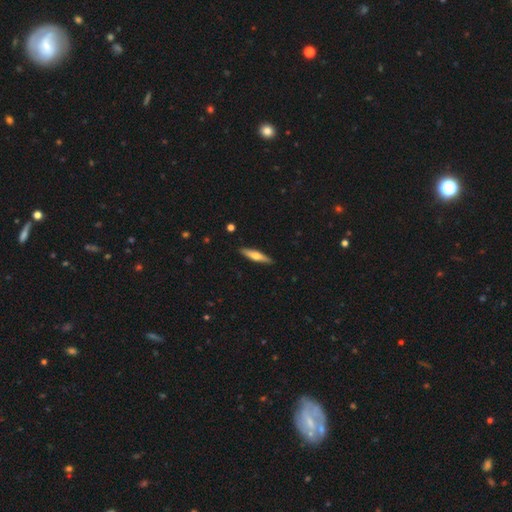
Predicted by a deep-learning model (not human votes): The model was most divided on "smooth or featured": smooth: 53%, featured or disk: 42%, star or artifact: 5%. More confident: merging — none (89%); how rounded — cigar-shaped (83%).